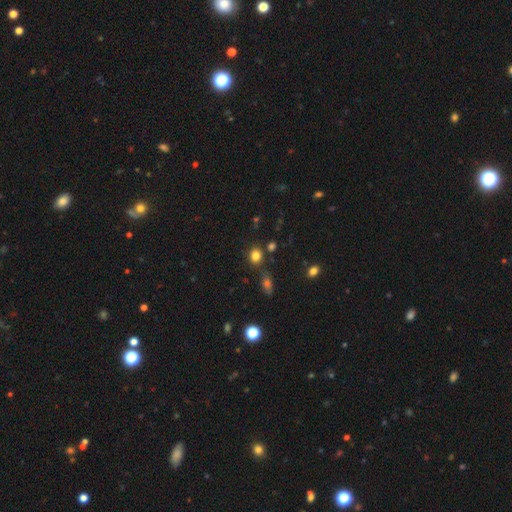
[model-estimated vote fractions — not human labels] Smooth or featured: smooth — 81% (star or artifact — 14%)
How rounded: round — 68% (in between — 31%)
Merging: none — 73% (minor disturbance — 12%)